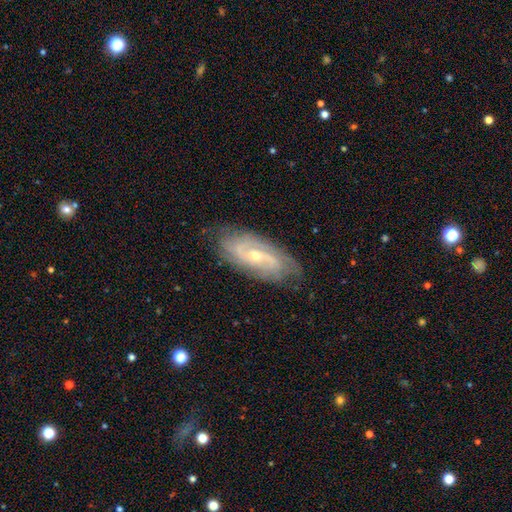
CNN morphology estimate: type=featured or disk (83%); edge-on=no (92%); bar=no (48%); spiral arms=yes (94%); winding=tight (42%); arm count=2 (56%); bulge=small (58%); merging=none (78%).